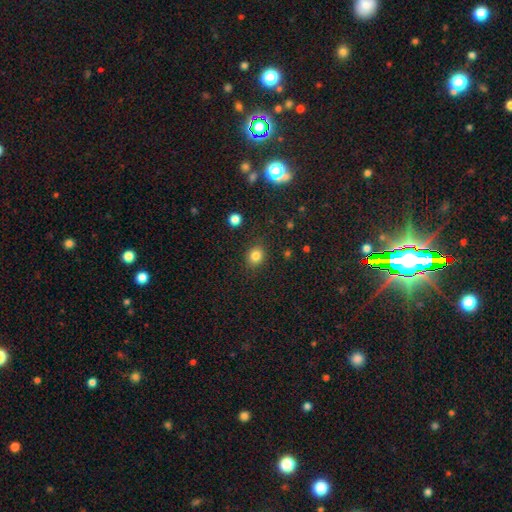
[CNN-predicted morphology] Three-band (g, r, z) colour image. It shows a smooth galaxy with no disk features (83%) that is round (66%). Merging: none (86%).